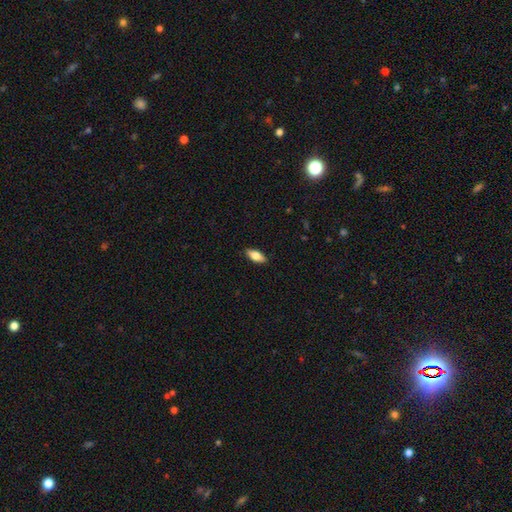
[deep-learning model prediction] A smooth galaxy with no disk features (73%) that is in between round and cigar-shaped (79%). Merging: none (88%).